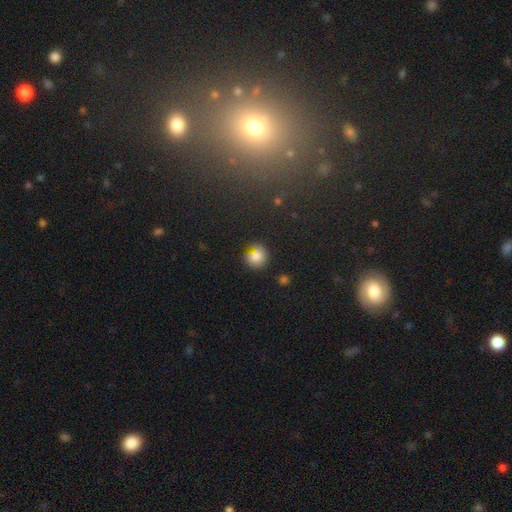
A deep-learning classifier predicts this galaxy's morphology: This appears to be a smooth galaxy with no disk features (77%) that is round (80%). Merging: none (58%).